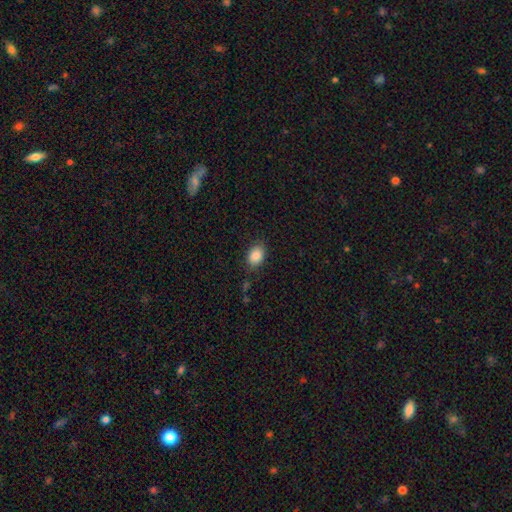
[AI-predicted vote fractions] Smooth or featured? Predicted: smooth (p=0.88). How rounded? Predicted: in between (p=0.77). Merging? Predicted: none (p=0.81).